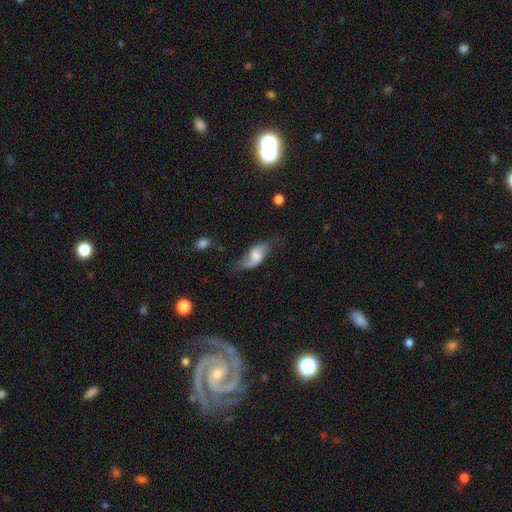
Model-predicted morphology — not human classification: This appears to be a featured or disk galaxy (59%) with no bar (48%), spiral arms (88%) and a moderate central bulge (35%). Merging: none (53%).